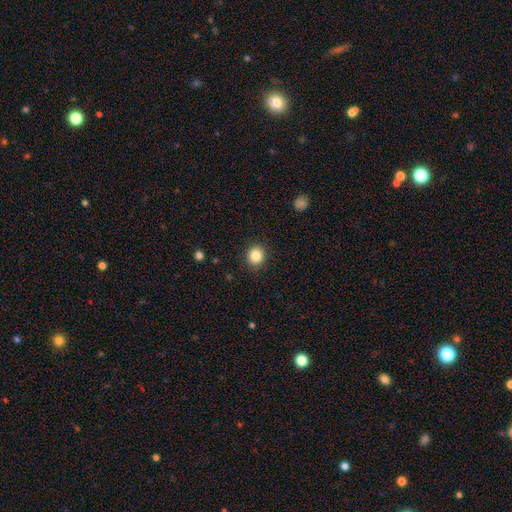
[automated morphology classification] A smooth galaxy with no disk features (84%) that is round (82%). Merging: none (89%).